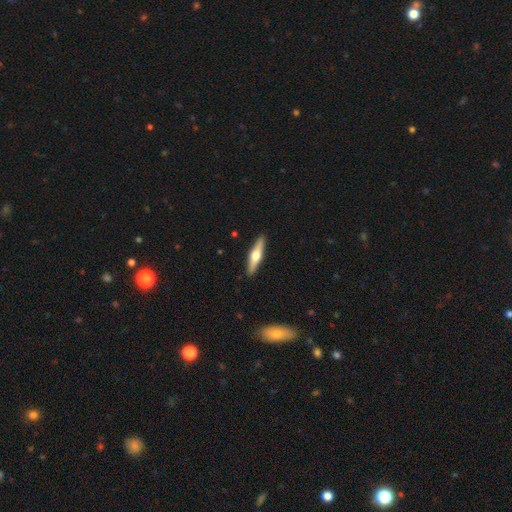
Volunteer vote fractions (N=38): smooth_or_featured: featured or disk (p=0.63) [alt: smooth p=0.34]
disk_edge_on: yes (p=1.00)
edge_on_bulge: rounded (p=1.00)
merging: none (p=0.89) [alt: minor disturbance p=0.08]